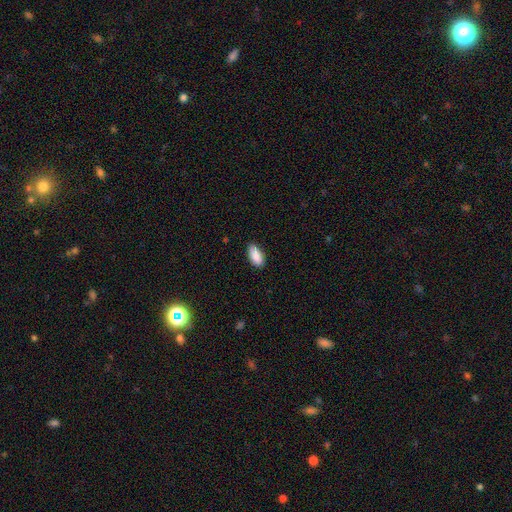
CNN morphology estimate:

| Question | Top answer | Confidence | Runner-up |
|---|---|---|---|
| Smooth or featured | smooth | 90% | star or artifact (6%) |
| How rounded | in between | 90% | cigar-shaped (8%) |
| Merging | none | 84% | minor disturbance (12%) |